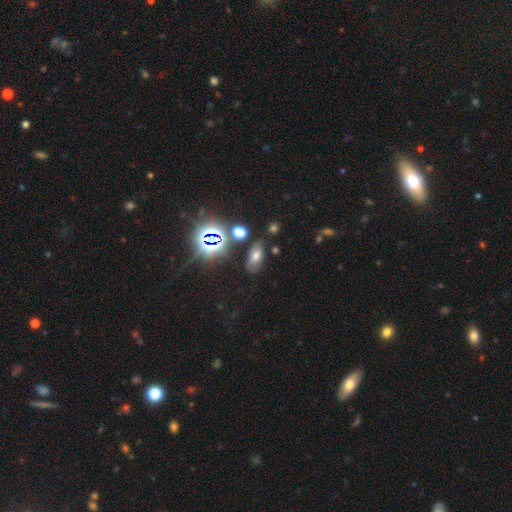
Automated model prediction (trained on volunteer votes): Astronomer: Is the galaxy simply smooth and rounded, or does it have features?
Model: smooth — 55% (runner-up: star or artifact, 31%).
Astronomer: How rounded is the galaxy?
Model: in between — 87%.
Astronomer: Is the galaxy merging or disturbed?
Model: none — 79%.